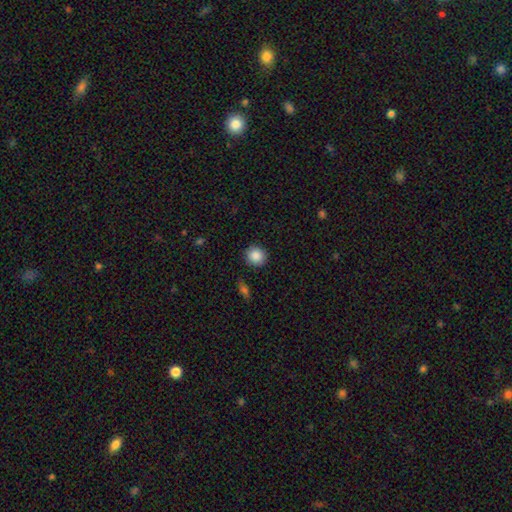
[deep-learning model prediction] This appears to be a smooth galaxy with no disk features (88%) that is round (88%). Merging: none (89%).